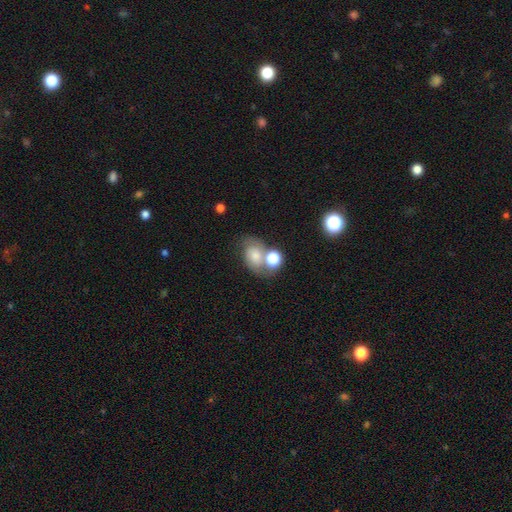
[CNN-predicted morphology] smooth 54%, featured or disk 34%, star or artifact 12%. Down the decision tree: how rounded — in between (61%); merging — none (39%).